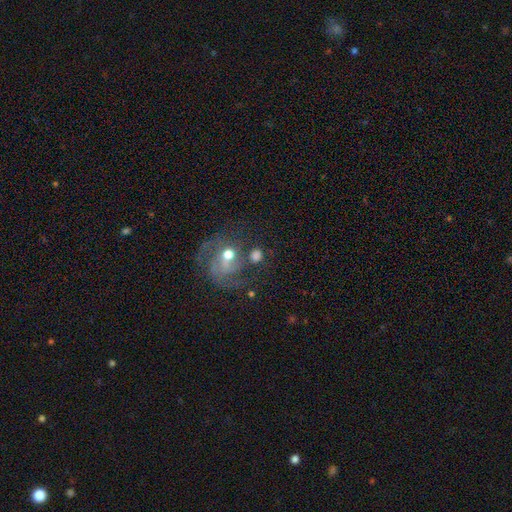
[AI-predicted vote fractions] A featured or disk galaxy (48%). Merging: none (48%).